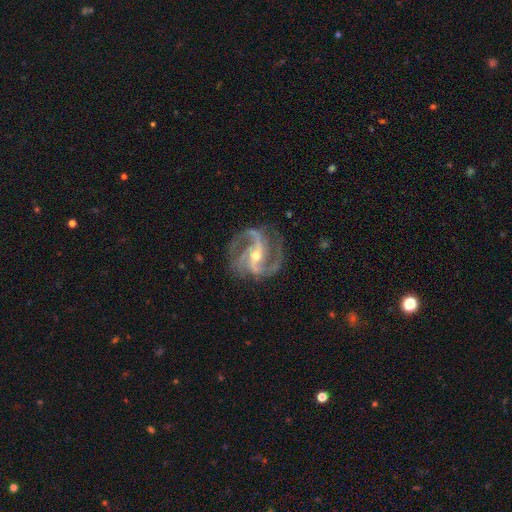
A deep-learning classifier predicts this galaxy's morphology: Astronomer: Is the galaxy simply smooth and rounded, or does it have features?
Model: featured or disk — 93%.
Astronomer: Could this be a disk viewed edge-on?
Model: no — 98%.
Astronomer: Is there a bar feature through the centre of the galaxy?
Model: strong — 52% (runner-up: weak, 31%).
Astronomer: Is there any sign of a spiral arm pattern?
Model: yes — 98%.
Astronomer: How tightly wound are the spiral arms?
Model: medium — 60%.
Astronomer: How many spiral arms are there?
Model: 2 — 49% (runner-up: 3, 35%).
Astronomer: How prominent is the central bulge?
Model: moderate — 49%, tied with small at 49%.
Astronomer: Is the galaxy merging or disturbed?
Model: none — 75%.